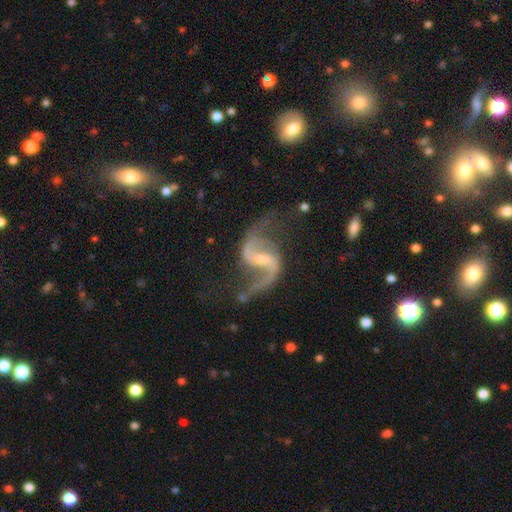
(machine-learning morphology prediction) This is clearly a featured or disk galaxy (92%). It is clearly not viewed edge-on (98%). Bar: marginally weak (45%). Spiral arm pattern: clearly yes (98%). Spiral arm count: clearly 2 (94%). Spiral winding: likely loose (77%). Central bulge: likely small (68%). Merging: likely none (74%).